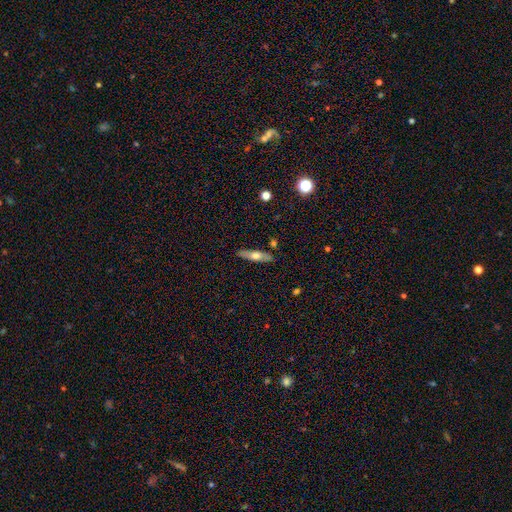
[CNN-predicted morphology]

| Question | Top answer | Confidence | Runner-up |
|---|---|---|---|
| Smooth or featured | smooth | 52% | featured or disk (42%) |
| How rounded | cigar-shaped | 68% | in between (30%) |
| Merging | none | 87% | minor disturbance (9%) |